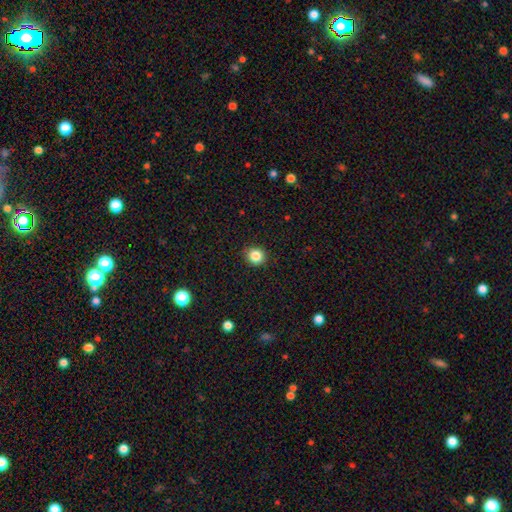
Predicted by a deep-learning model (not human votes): This is clearly a smooth galaxy (85%). How rounded: clearly round (91%). Merging: clearly none (90%).